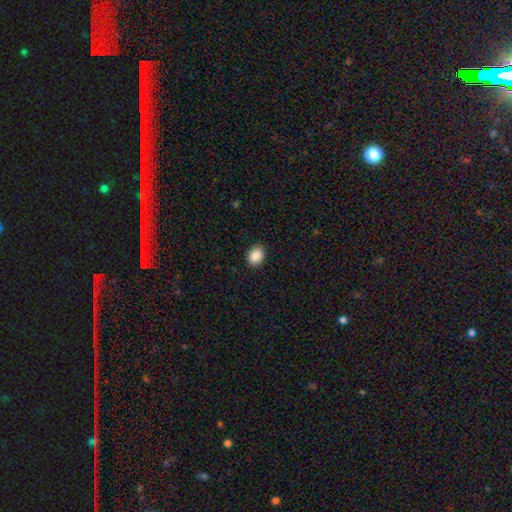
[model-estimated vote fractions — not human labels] The model was most divided on "how rounded": in between: 58%, round: 41%, cigar-shaped: 1%. More confident: merging — none (90%); smooth or featured — smooth (89%).